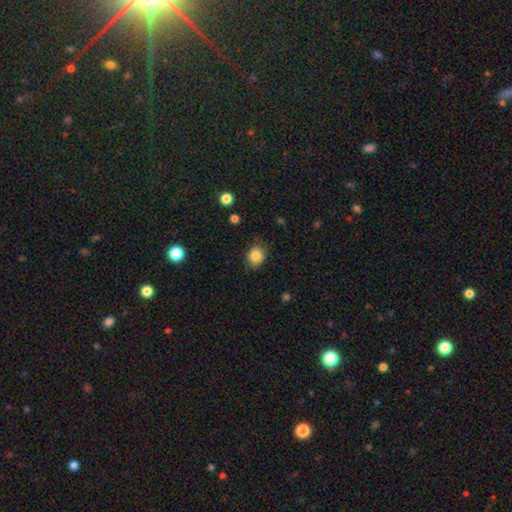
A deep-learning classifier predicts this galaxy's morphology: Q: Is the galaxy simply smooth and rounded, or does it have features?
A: smooth — 84%.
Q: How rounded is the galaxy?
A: round — 56%.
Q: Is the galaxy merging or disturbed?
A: none — 80%.